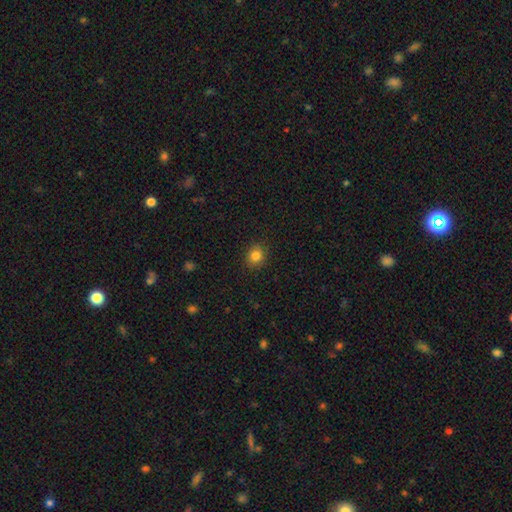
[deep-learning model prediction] The model was most divided on "how rounded": round: 77%, in between: 22%, cigar-shaped: 1%. More confident: merging — none (89%); smooth or featured — smooth (83%).